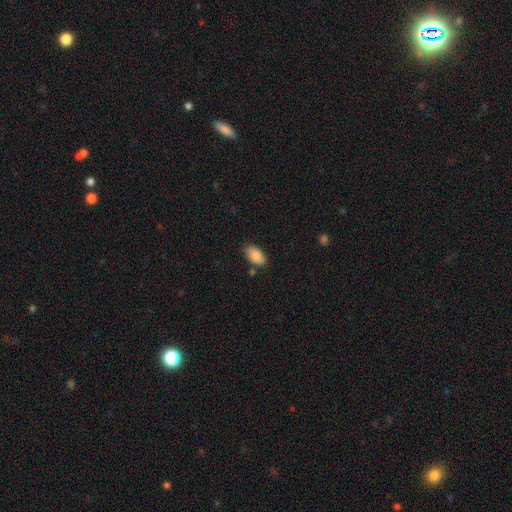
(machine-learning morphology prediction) Overall: smooth (88%). How rounded: in between (94%). Merging: none (79%).